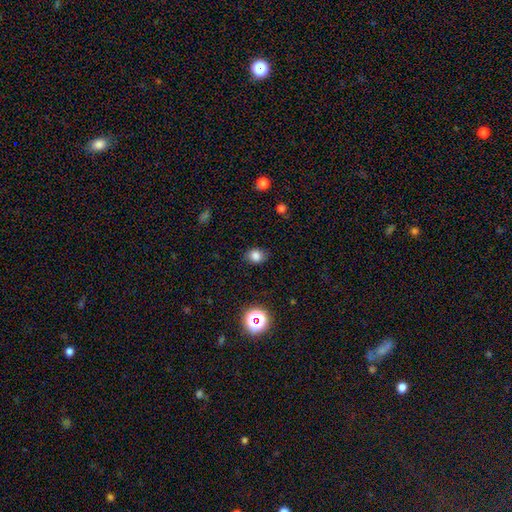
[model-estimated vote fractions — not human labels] Smooth or featured? smooth (80%)
How rounded? round (51%)
Merging? none (82%)